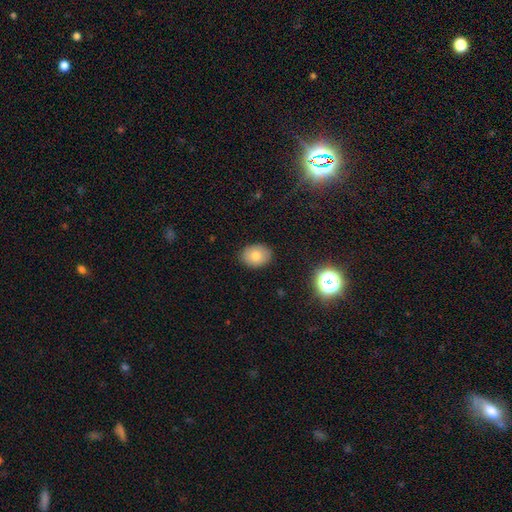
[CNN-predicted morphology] This is likely a smooth galaxy (78%). How rounded: likely in between (66%). Merging: clearly none (87%).